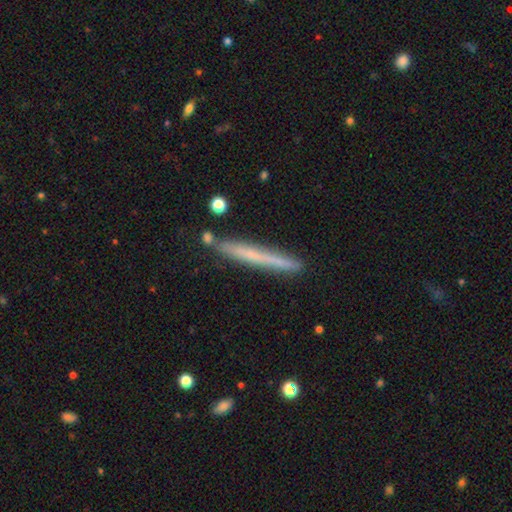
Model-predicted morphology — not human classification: Q: Smooth or featured?
A: smooth (53%); runner-up: featured or disk (40%)
Q: How rounded?
A: cigar-shaped (97%); runner-up: in between (2%)
Q: Merging?
A: none (85%); runner-up: minor disturbance (10%)